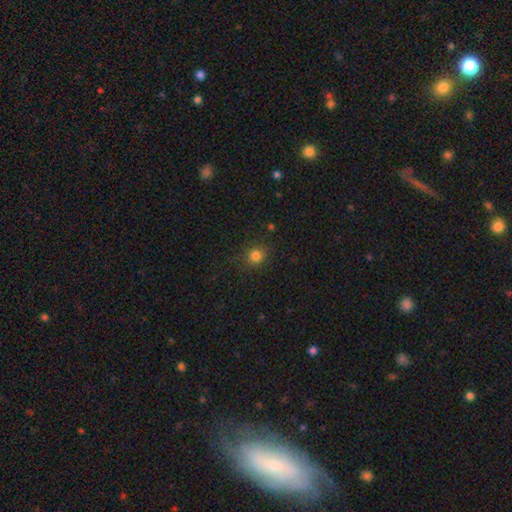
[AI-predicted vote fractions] Smooth or featured?
  - smooth: 81% *
  - star or artifact: 14%
  - featured or disk: 5%
How rounded?
  - round: 86% *
  - in between: 13%
  - cigar-shaped: 1%
Merging?
  - none: 87% *
  - minor disturbance: 9%
  - major disturbance: 3%
  - merger: 1%